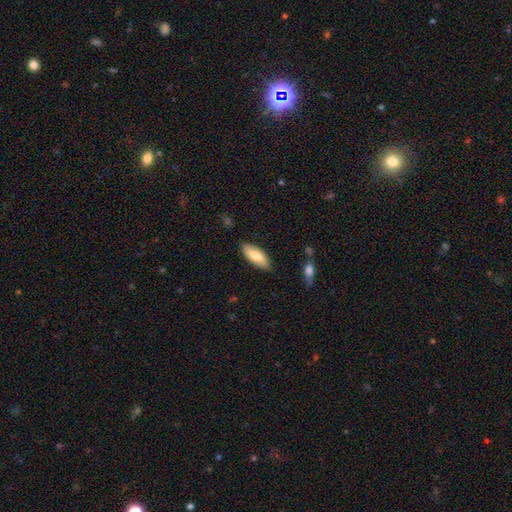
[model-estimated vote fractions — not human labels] Morphology: type=smooth (78%); roundness=in between (75%); merging=none (85%).